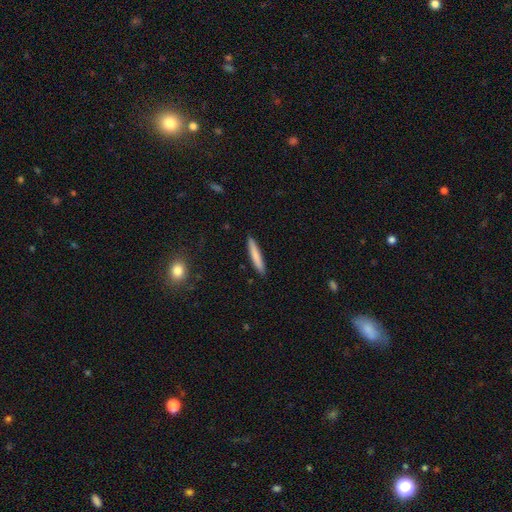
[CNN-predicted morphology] Overall: smooth (80%). How rounded: cigar-shaped (93%). Merging: none (90%).